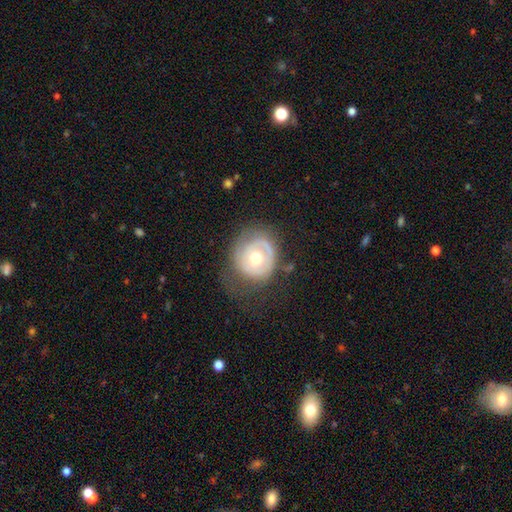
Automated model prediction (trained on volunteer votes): A featured or disk galaxy (63%) with no bar (79%), spiral arms (62%) and a moderate central bulge (73%). Merging: none (56%).